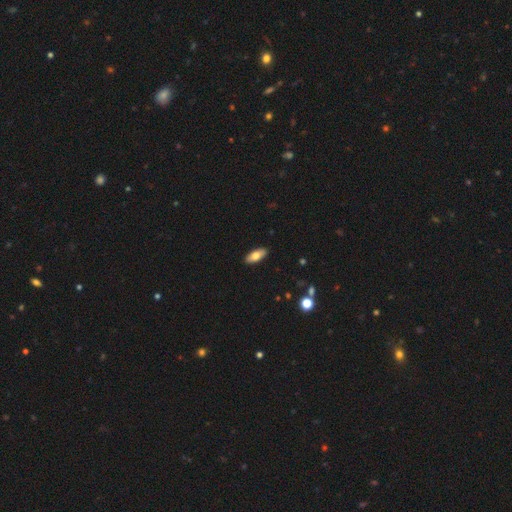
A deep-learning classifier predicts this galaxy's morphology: Overall: smooth (74%). How rounded: in between (81%). Merging: none (90%).